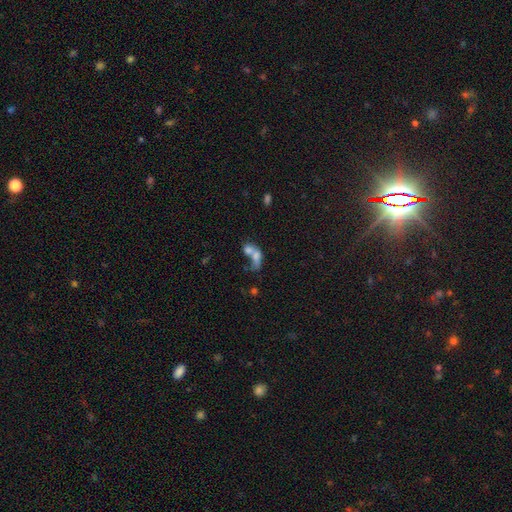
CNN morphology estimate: type=smooth (65%); roundness=in between (68%); merging=merger (69%).